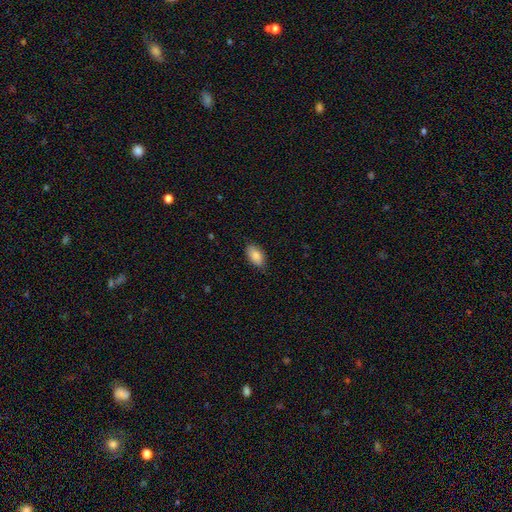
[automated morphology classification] This is clearly a smooth galaxy (86%). How rounded: clearly in between (93%). Merging: clearly none (82%).